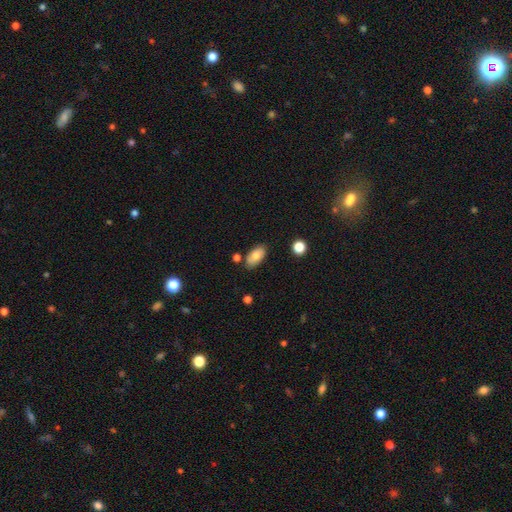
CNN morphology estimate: smooth-or-featured: smooth: 79% | featured or disk: 13% | star or artifact: 8%
  how-rounded: in between: 93% | round: 4% | cigar-shaped: 4%
  merging: none: 78% | minor disturbance: 14% | merger: 6% | major disturbance: 3%